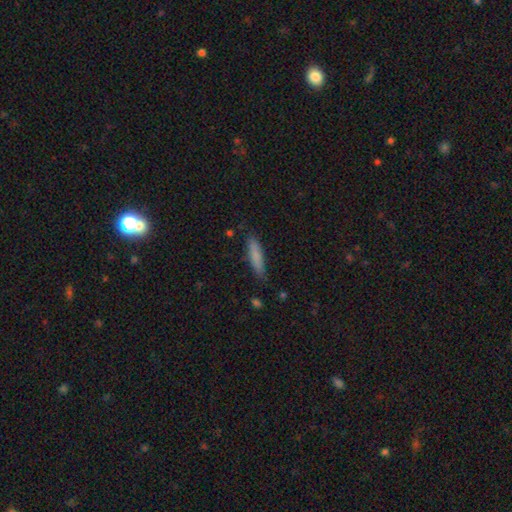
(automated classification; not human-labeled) Smooth or featured? smooth (80%)
How rounded? cigar-shaped (85%)
Merging? none (82%)